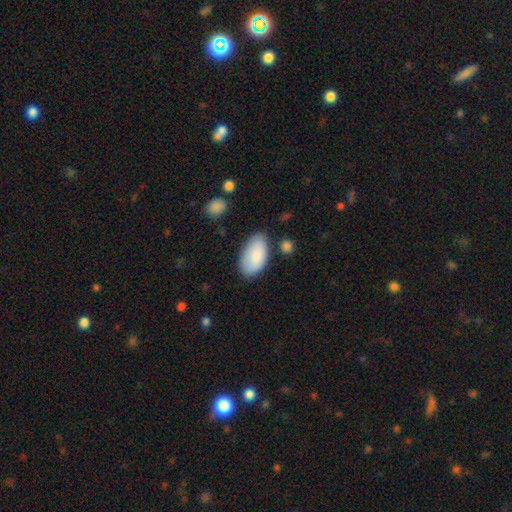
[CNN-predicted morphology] Smooth or featured: smooth — 86% (featured or disk — 8%)
How rounded: in between — 96% (round — 3%)
Merging: none — 73% (minor disturbance — 19%)